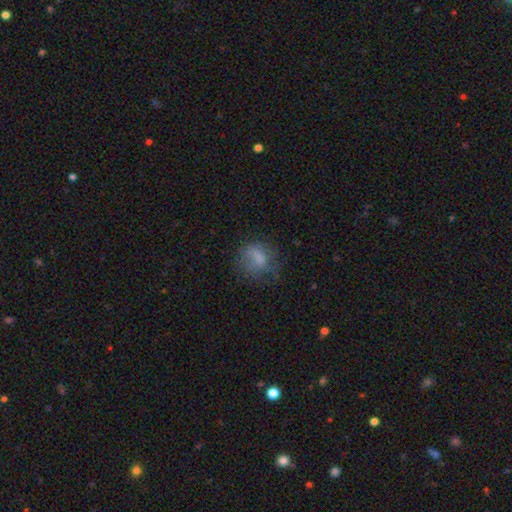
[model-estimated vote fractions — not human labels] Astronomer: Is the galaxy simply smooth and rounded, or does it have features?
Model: smooth — 67%.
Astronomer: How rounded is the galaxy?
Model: round — 58% (runner-up: in between, 40%).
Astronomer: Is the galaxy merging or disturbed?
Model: none — 52%.